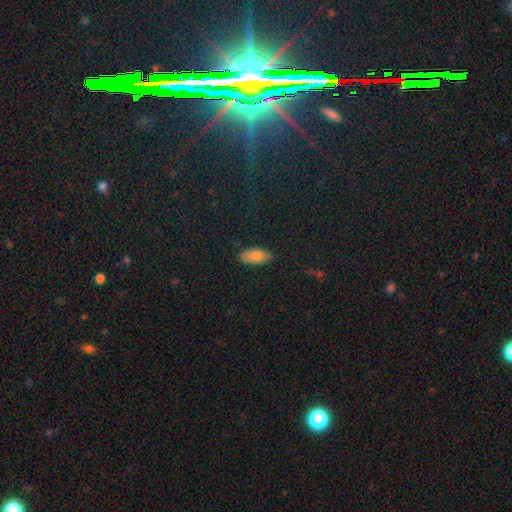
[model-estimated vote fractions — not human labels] Q: Smooth or featured?
A: smooth (81%); runner-up: featured or disk (11%)
Q: How rounded?
A: in between (87%); runner-up: cigar-shaped (11%)
Q: Merging?
A: none (86%); runner-up: minor disturbance (11%)